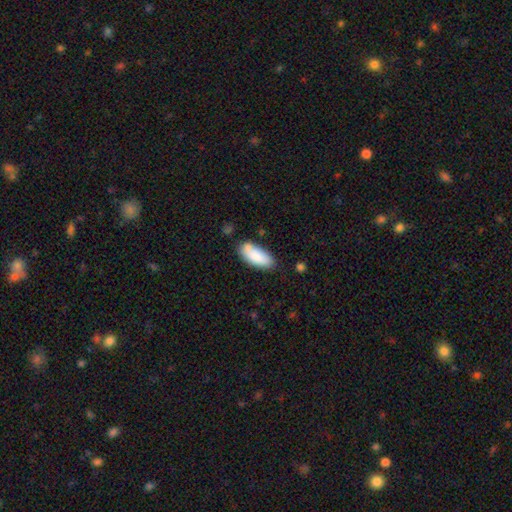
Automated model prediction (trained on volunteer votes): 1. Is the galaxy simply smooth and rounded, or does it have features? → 85% smooth, 9% featured or disk, 6% star or artifact.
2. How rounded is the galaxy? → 84% in between, 14% cigar-shaped, 2% round.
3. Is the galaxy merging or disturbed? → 70% none, 19% minor disturbance, 7% merger, 4% major disturbance.